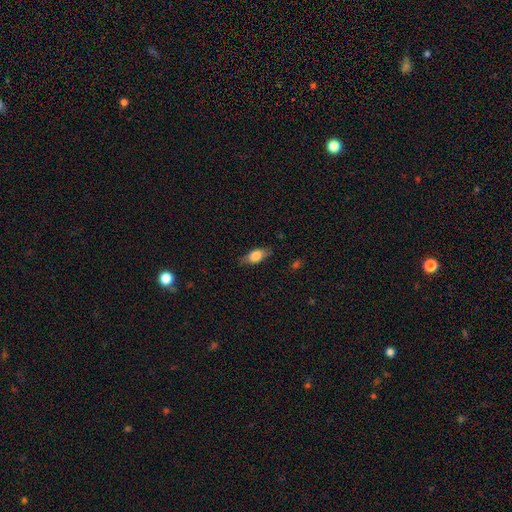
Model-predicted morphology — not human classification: The model was most divided on "smooth or featured": smooth: 75%, featured or disk: 18%, star or artifact: 7%. More confident: how rounded — in between (83%); merging — none (78%).